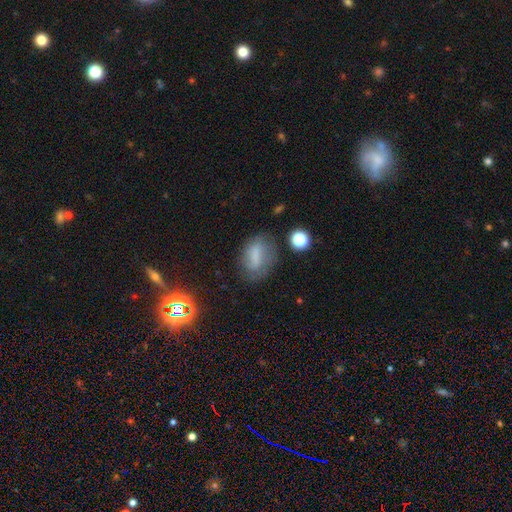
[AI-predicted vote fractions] smooth-or-featured: smooth: 65% | featured or disk: 21% | star or artifact: 13%
  how-rounded: in between: 77% | round: 16% | cigar-shaped: 7%
  merging: none: 61% | minor disturbance: 24% | major disturbance: 11% | merger: 4%